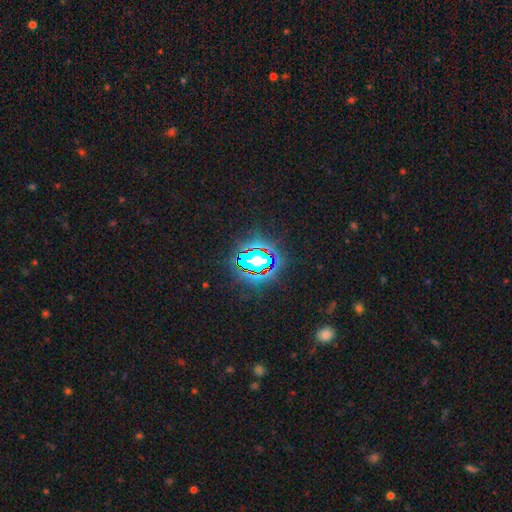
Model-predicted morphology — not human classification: Q: Smooth or featured?
A: star or artifact (81%); runner-up: smooth (12%)